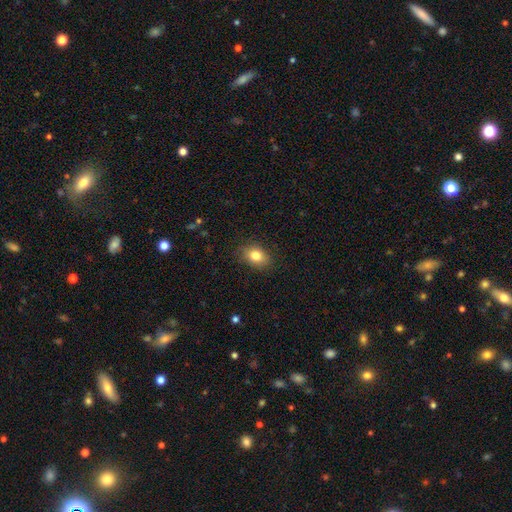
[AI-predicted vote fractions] smooth 81%, star or artifact 10%, featured or disk 9%. Down the decision tree: how rounded — in between (69%); merging — none (84%).